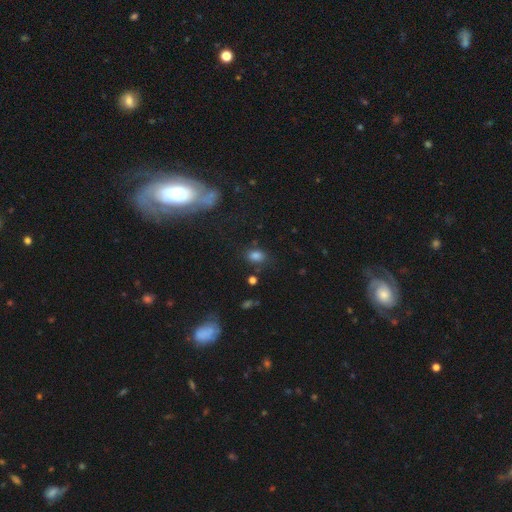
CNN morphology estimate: A smooth galaxy with no disk features (77%) that is in between round and cigar-shaped (75%).

Vote fractions:
- Smooth or featured? smooth: 77% / star or artifact: 15% / featured or disk: 7%
- How rounded? in between: 75% / round: 23% / cigar-shaped: 2%
- Merging? none: 73% / minor disturbance: 17% / major disturbance: 6% / merger: 4%